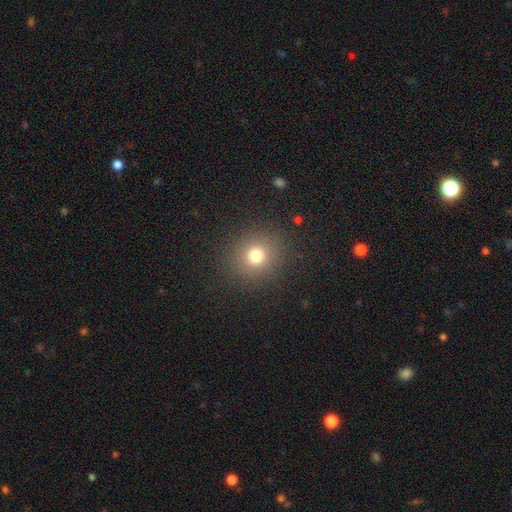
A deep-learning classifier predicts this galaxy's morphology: Smooth or featured? smooth (74%)
How rounded? round (86%)
Merging? none (88%)